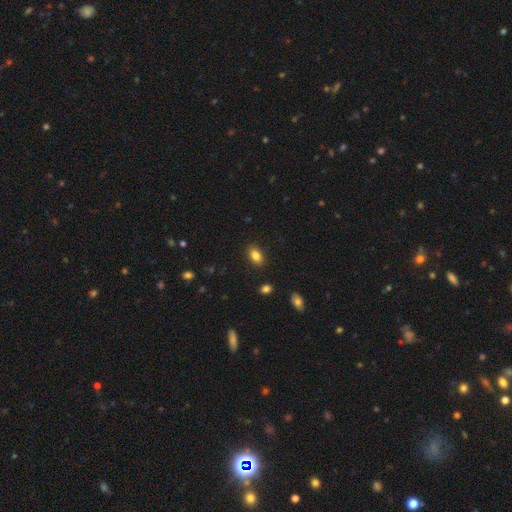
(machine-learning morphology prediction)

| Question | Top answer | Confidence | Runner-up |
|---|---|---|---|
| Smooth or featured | smooth | 84% | star or artifact (9%) |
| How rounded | in between | 86% | round (11%) |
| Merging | none | 88% | minor disturbance (8%) |